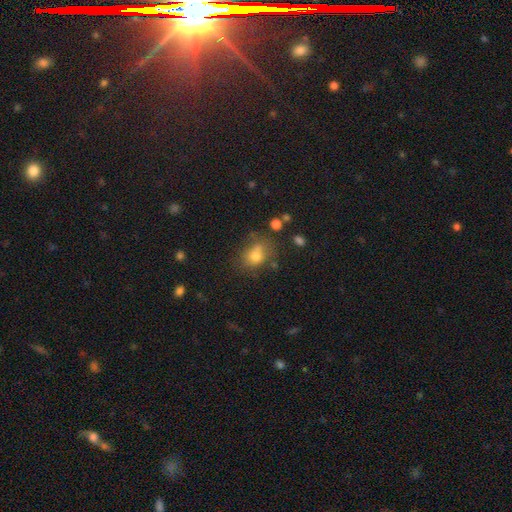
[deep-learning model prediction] smooth-or-featured: smooth: 75% | star or artifact: 13% | featured or disk: 12%
  how-rounded: round: 51% | in between: 48% | cigar-shaped: 1%
  merging: none: 56% | minor disturbance: 22% | merger: 13% | major disturbance: 10%